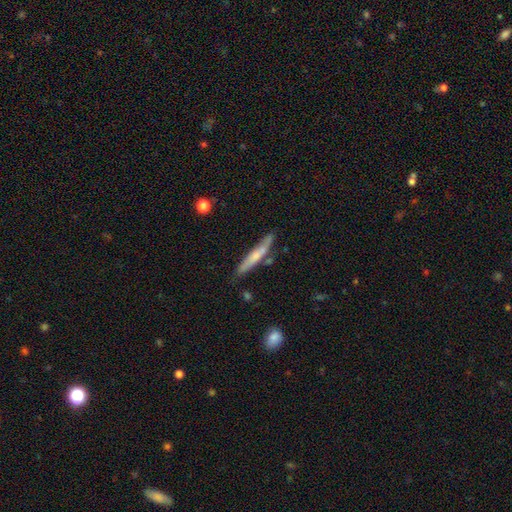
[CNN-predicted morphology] Q: Smooth or featured?
A: smooth (54%); runner-up: featured or disk (40%)
Q: How rounded?
A: cigar-shaped (93%); runner-up: in between (6%)
Q: Merging?
A: none (73%); runner-up: minor disturbance (17%)